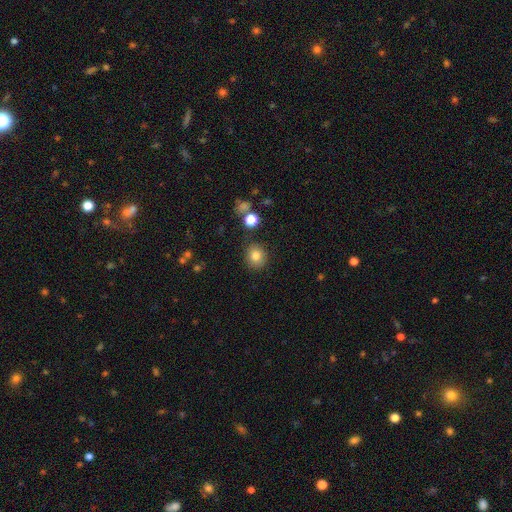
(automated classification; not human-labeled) A smooth galaxy with no disk features (81%) that is round (80%). Merging: none (85%).